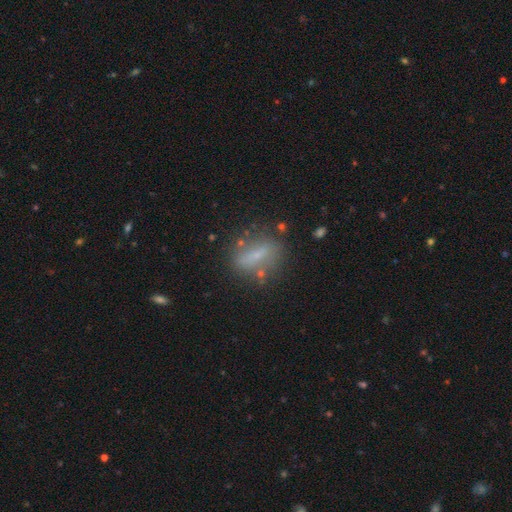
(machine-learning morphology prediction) smooth_or_featured: smooth (p=0.51) [alt: featured or disk p=0.37]
how_rounded: in between (p=0.54) [alt: cigar-shaped p=0.33]
merging: none (p=0.70) [alt: minor disturbance p=0.17]